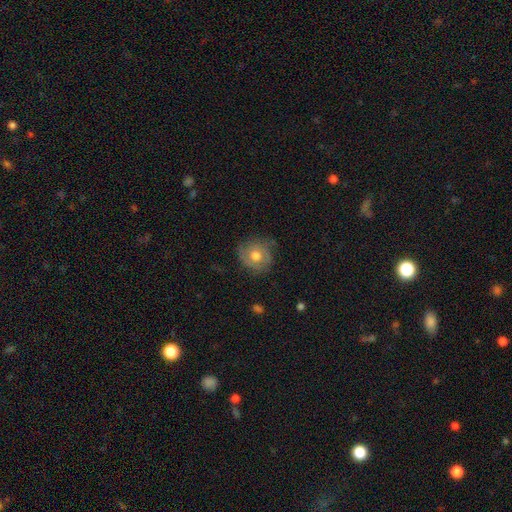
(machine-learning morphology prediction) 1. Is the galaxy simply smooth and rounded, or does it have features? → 50% featured or disk, 42% smooth, 8% star or artifact.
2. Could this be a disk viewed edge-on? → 96% no, 4% yes.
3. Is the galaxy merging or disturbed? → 68% none, 22% minor disturbance, 9% major disturbance, 1% merger.